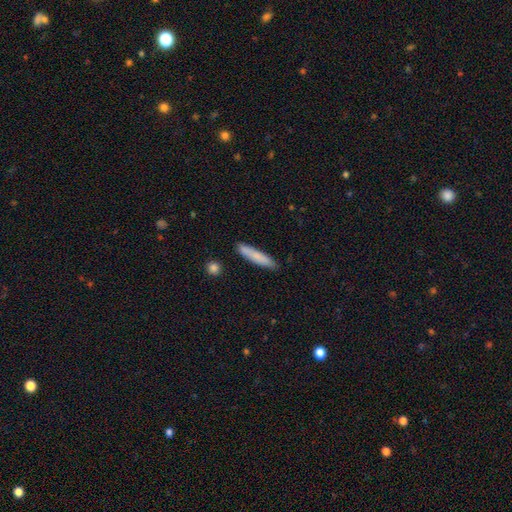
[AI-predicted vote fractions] This is likely a smooth galaxy (79%). How rounded: clearly cigar-shaped (89%). Merging: clearly none (86%).